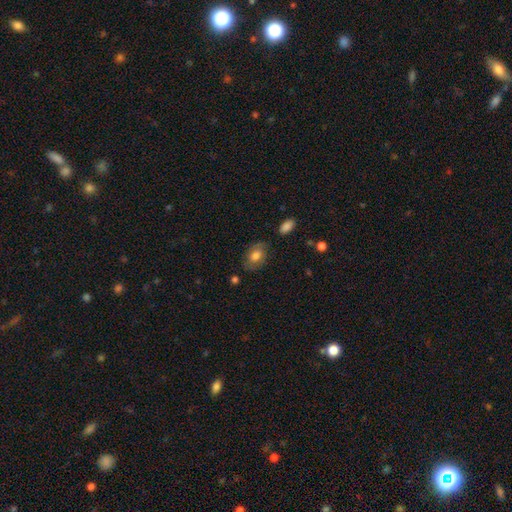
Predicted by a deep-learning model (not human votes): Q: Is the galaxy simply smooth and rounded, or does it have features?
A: smooth — 66%.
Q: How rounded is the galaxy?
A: in between — 80%.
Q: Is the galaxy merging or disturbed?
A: none — 73%.